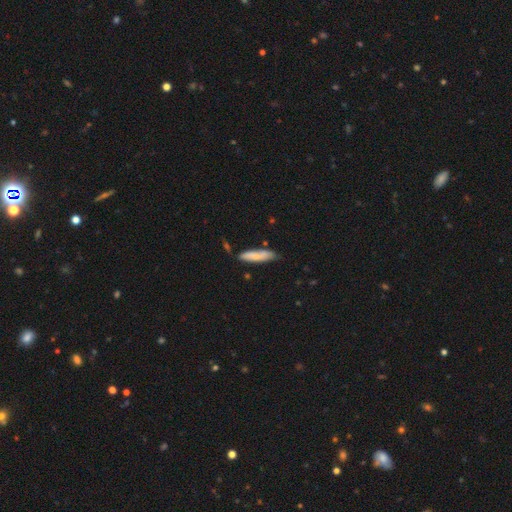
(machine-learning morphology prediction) The model was most divided on "merging": none: 68%, minor disturbance: 23%, merger: 5%, major disturbance: 4%. More confident: smooth or featured — smooth (78%); how rounded — cigar-shaped (77%).